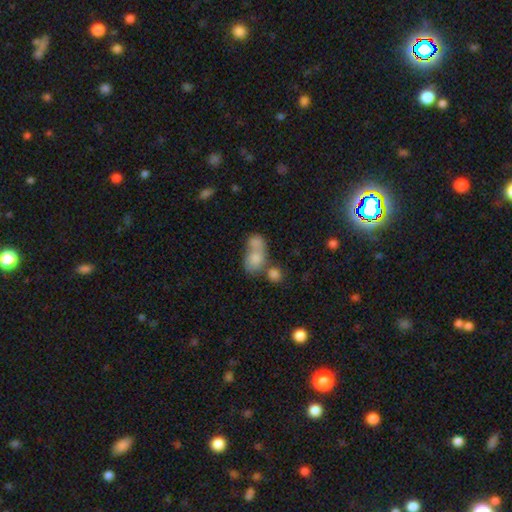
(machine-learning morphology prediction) type=smooth (72%); roundness=in between (67%); merging=merger (58%).